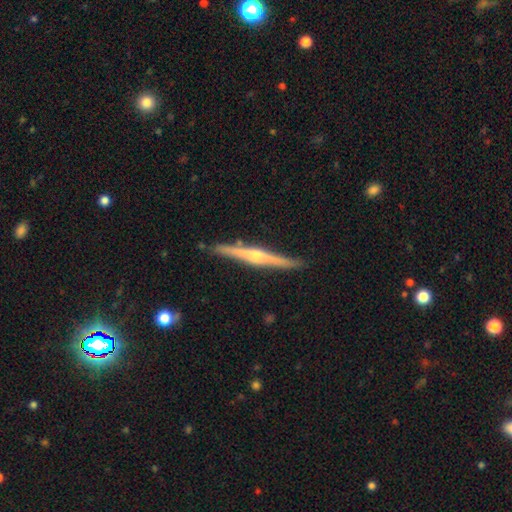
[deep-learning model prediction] Q: Smooth or featured?
A: featured or disk (78%); runner-up: smooth (17%)
Q: Edge-on disk?
A: yes (98%); runner-up: no (2%)
Q: Edge-on bulge?
A: rounded (85%); runner-up: none (7%)
Q: Merging?
A: none (90%); runner-up: minor disturbance (8%)